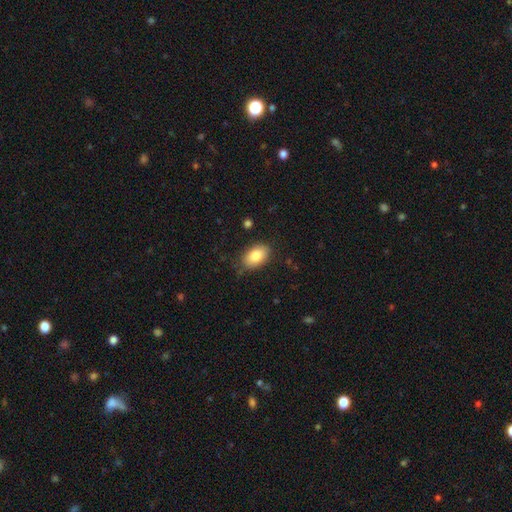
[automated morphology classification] Smooth or featured?
  - smooth: 83% *
  - featured or disk: 10%
  - star or artifact: 7%
How rounded?
  - in between: 90% *
  - round: 8%
  - cigar-shaped: 1%
Merging?
  - none: 80% *
  - minor disturbance: 15%
  - major disturbance: 3%
  - merger: 1%